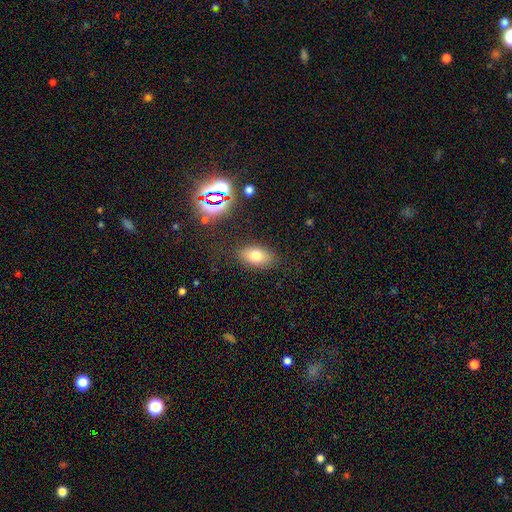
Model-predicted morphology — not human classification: The model was most divided on "smooth or featured": smooth: 74%, featured or disk: 14%, star or artifact: 13%. More confident: how rounded — in between (89%); merging — none (82%).